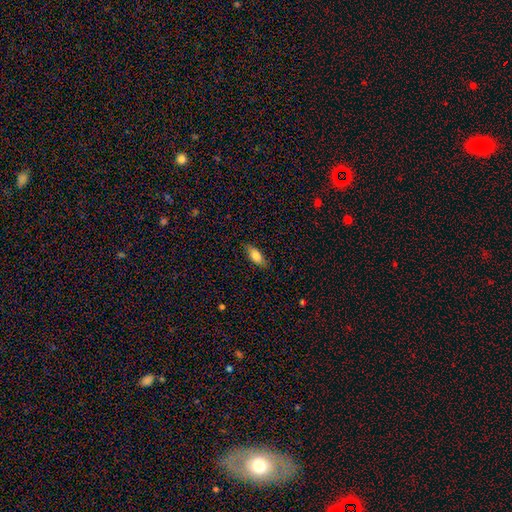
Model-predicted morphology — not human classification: This is likely a smooth galaxy (80%). How rounded: likely in between (80%). Merging: likely none (80%).